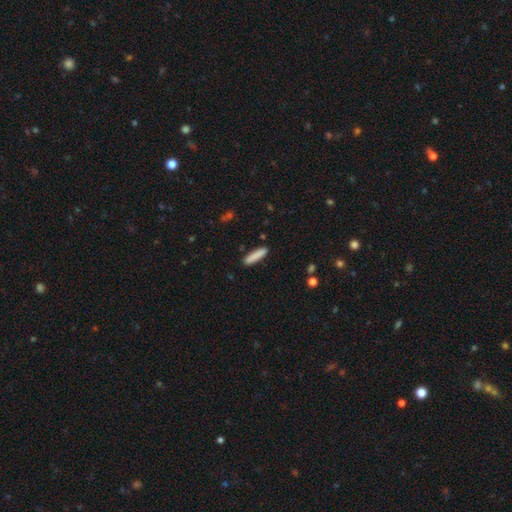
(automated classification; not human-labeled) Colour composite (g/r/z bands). It shows a smooth galaxy with no disk features (86%) that is cigar-shaped (83%). Merging: none (89%).